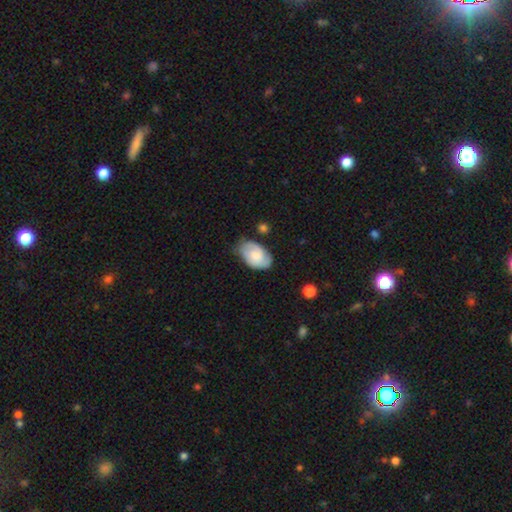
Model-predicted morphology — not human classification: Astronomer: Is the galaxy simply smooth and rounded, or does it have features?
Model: featured or disk — 53% (runner-up: smooth, 40%).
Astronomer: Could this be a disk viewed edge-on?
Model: no — 96%.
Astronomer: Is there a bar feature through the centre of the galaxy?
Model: no — 64%.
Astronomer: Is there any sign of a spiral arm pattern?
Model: yes — 87%.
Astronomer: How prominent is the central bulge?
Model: moderate — 36% (runner-up: small, 31%).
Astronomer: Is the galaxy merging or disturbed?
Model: none — 67%.